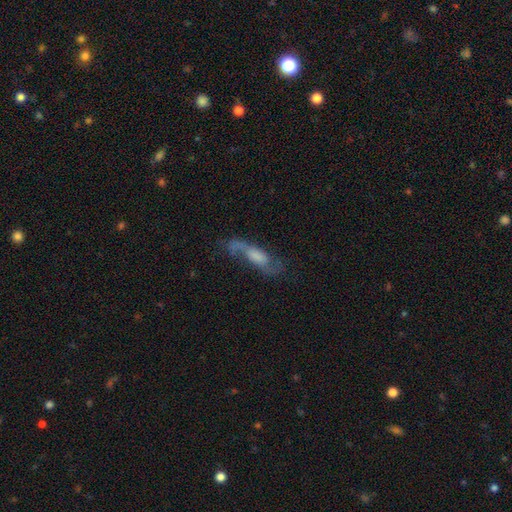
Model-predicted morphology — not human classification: Smooth or featured: featured or disk — 71% (smooth — 20%)
Edge-on disk: no — 80% (yes — 20%)
Bar: no — 50% (weak — 38%)
Spiral arms: yes — 89% (no — 11%)
Spiral winding: loose — 58% (medium — 32%)
Spiral arm count: 2 — 80% (1 — 9%)
Bulge size: moderate — 30% (large — 27%)
Merging: none — 57% (minor disturbance — 21%)